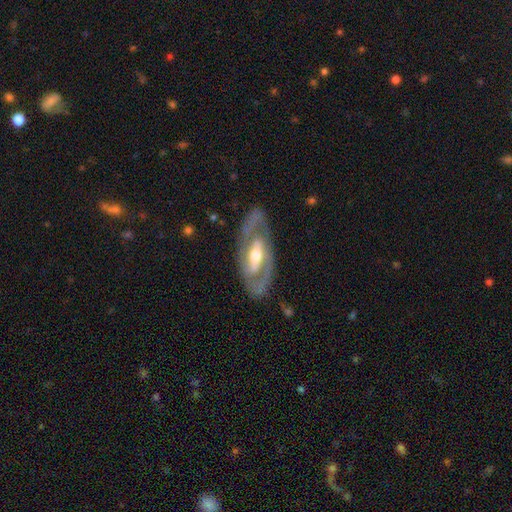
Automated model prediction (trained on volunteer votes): A featured or disk galaxy (82%) with a strong bar (40%), 2 (83%) medium (44%) spiral arms (76%) and a moderate central bulge (67%).

Vote fractions:
- Smooth or featured? featured or disk: 82% / smooth: 13% / star or artifact: 4%
- Edge-on disk? no: 91% / yes: 9%
- Bar? strong: 40% / weak: 32% / no: 28%
- Spiral arms? yes: 76% / no: 24%
- Spiral winding? medium: 44% / tight: 39% / loose: 17%
- Spiral arm count? 2: 83% / can't tell: 9% / 1: 4% / 3: 1% / 4: 1% / more than 4: 1%
- Bulge size? moderate: 67% / small: 22% / large: 9% / dominant: 1% / none: 1%
- Merging? none: 79% / minor disturbance: 13% / major disturbance: 6% / merger: 2%